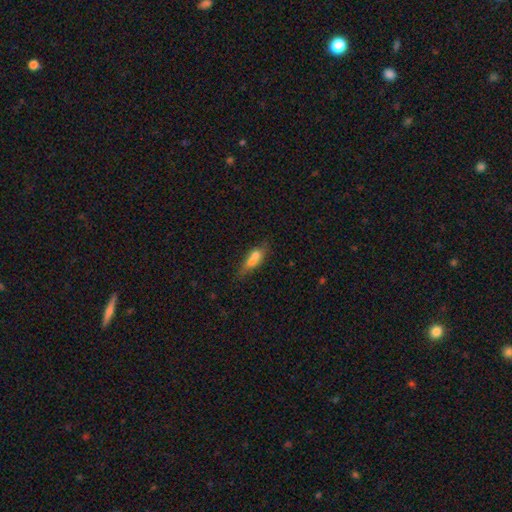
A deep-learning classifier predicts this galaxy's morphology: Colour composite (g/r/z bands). It shows a smooth galaxy with no disk features (69%) that is in between round and cigar-shaped (61%). Merging: none (38%).